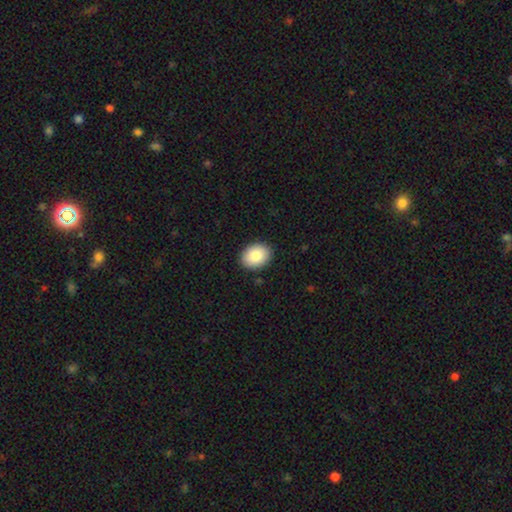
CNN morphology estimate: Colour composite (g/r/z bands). It shows a smooth galaxy with no disk features (85%) that is in between round and cigar-shaped (66%). Merging: none (90%).